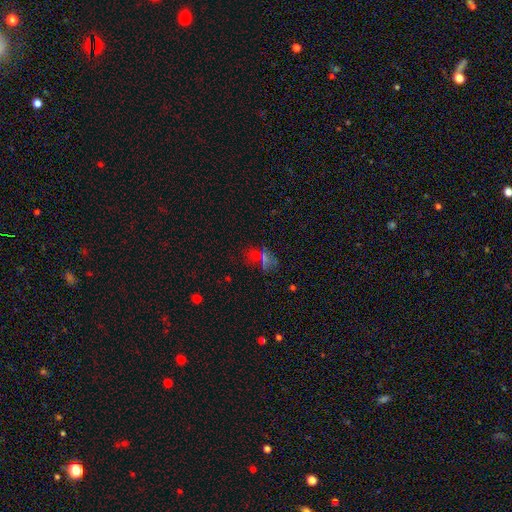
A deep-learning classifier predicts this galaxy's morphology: This is possibly a star or artifact rather than a galaxy (46%).